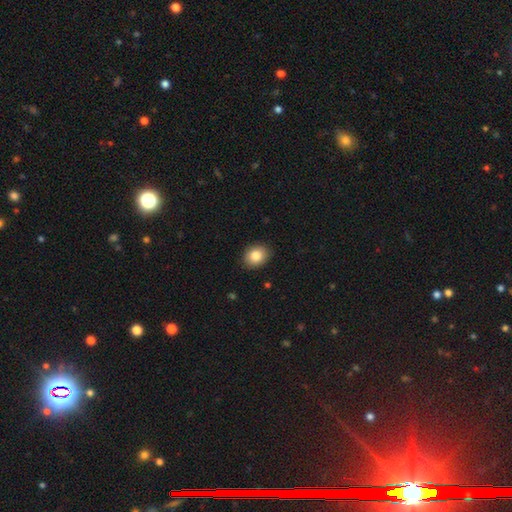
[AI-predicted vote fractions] The model was most divided on "how rounded": in between: 54%, round: 45%, cigar-shaped: 1%. More confident: merging — none (89%); smooth or featured — smooth (84%).